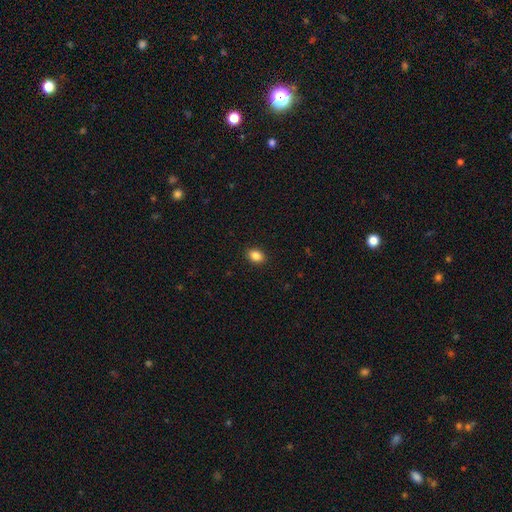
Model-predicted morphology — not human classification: The model was most divided on "how rounded": in between: 69%, round: 30%, cigar-shaped: 1%. More confident: merging — none (90%); smooth or featured — smooth (86%).